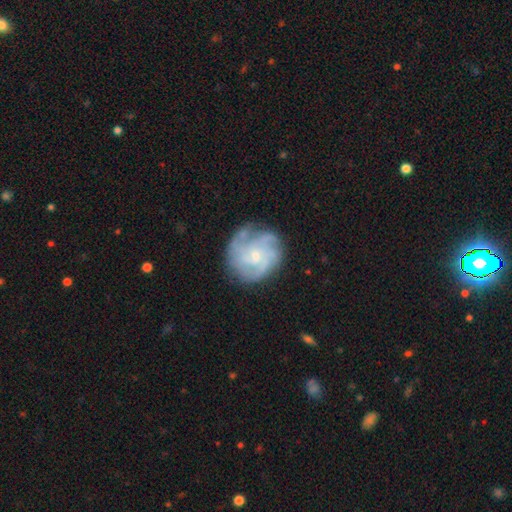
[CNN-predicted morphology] A featured or disk galaxy (79%) with no bar (67%), 4 (32%) tight (49%) spiral arms (93%) and a small central bulge (67%). Merging: none (72%).